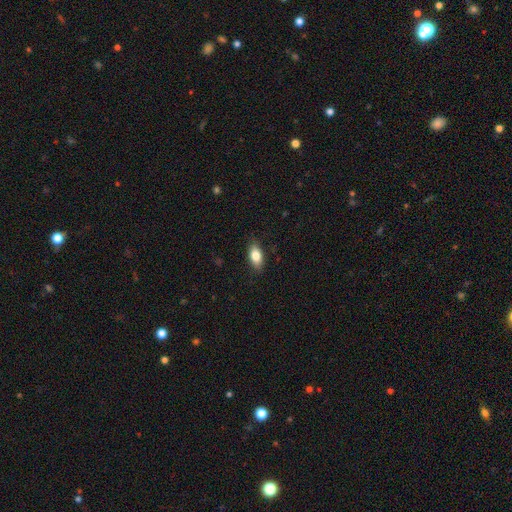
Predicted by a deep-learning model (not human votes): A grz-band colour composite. It shows a smooth galaxy with no disk features (81%) that is in between round and cigar-shaped (87%). Merging: none (85%).